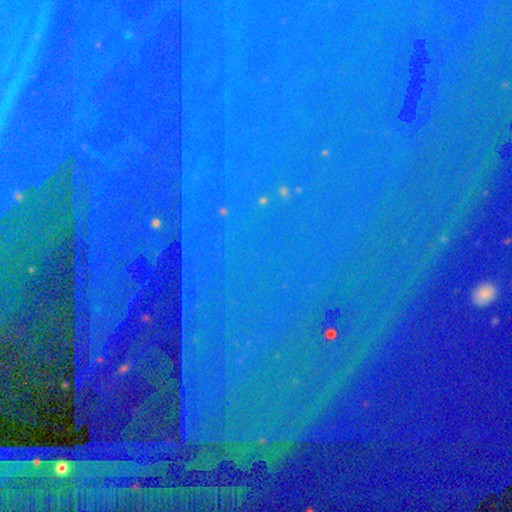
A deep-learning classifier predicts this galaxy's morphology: smooth-or-featured: star or artifact: 89% | featured or disk: 6% | smooth: 5%